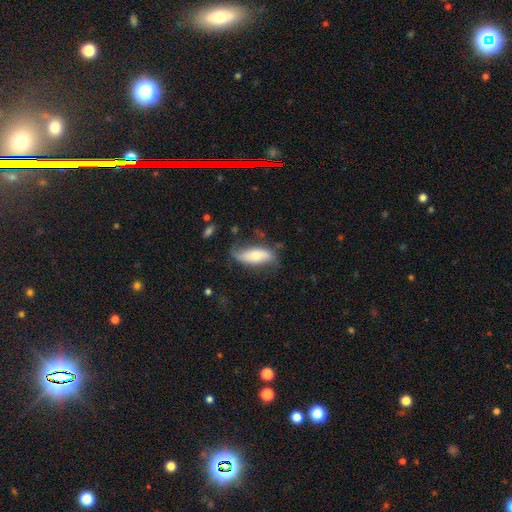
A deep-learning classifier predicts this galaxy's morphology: Q: Smooth or featured?
A: featured or disk (47%); runner-up: smooth (46%)
Q: Merging?
A: none (54%); runner-up: minor disturbance (29%)